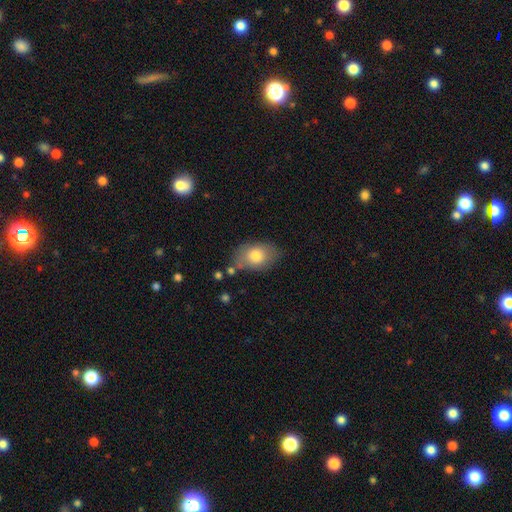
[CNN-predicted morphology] A smooth galaxy with no disk features (78%) that is in between round and cigar-shaped (85%). Merging: none (68%).